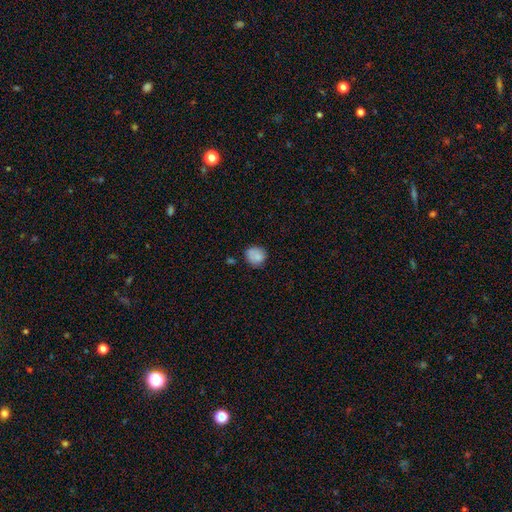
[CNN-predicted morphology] Smooth or featured? smooth (83%)
How rounded? round (84%)
Merging? none (71%)